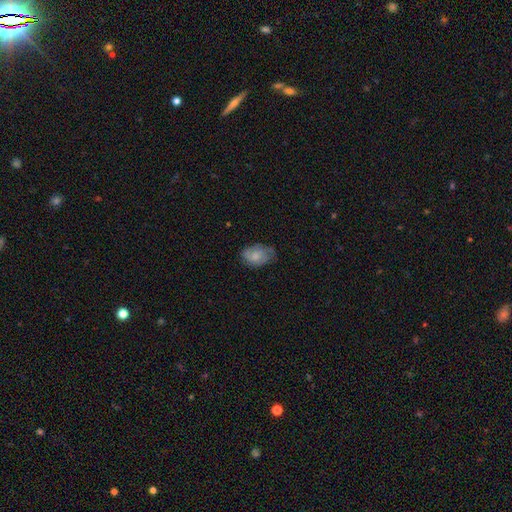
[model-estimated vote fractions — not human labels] This is possibly a smooth galaxy (57%). How rounded: clearly in between (84%). Merging: likely none (60%).